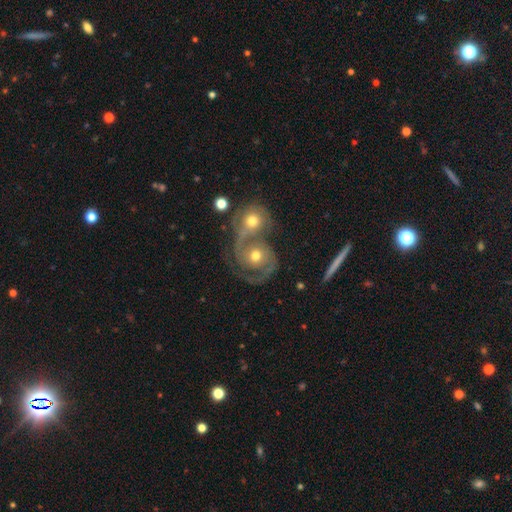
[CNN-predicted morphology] smooth_or_featured: featured or disk (p=0.79) [alt: smooth p=0.14]
disk_edge_on: no (p=0.98) [alt: yes p=0.02]
bar: no (p=0.74) [alt: weak p=0.21]
has_spiral_arms: yes (p=0.94) [alt: no p=0.06]
spiral_winding: medium (p=0.53) [alt: tight p=0.33]
spiral_arm_count: 2 (p=0.88) [alt: can't tell p=0.04]
bulge_size: moderate (p=0.72) [alt: small p=0.18]
merging: merger (p=0.54) [alt: none p=0.30]